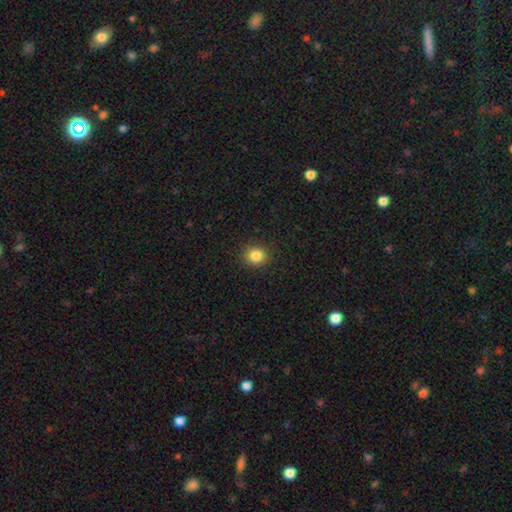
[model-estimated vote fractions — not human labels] Smooth or featured? smooth (85%)
How rounded? round (83%)
Merging? none (90%)